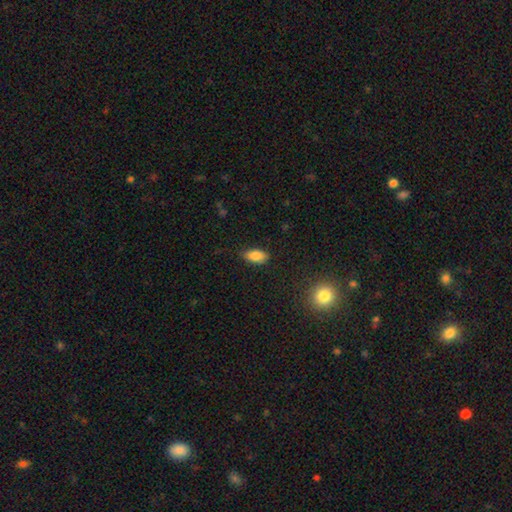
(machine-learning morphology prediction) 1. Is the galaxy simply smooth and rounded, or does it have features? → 84% smooth, 8% star or artifact, 8% featured or disk.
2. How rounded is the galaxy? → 90% in between, 7% cigar-shaped, 4% round.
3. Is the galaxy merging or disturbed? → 82% none, 14% minor disturbance, 3% major disturbance, 1% merger.